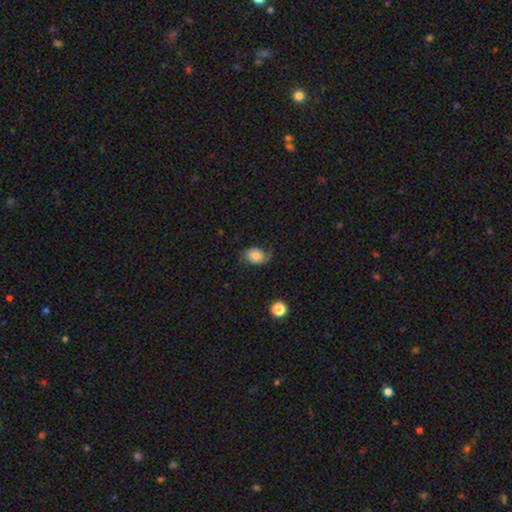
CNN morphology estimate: A smooth galaxy with no disk features (51%) that is in between round and cigar-shaped (64%). Merging: none (62%).